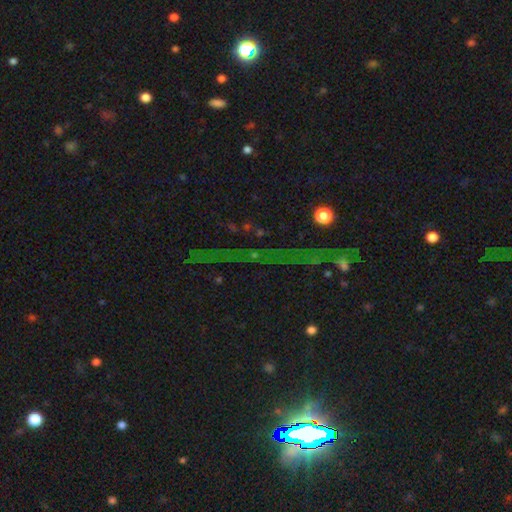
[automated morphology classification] Overall: star or artifact (79%).